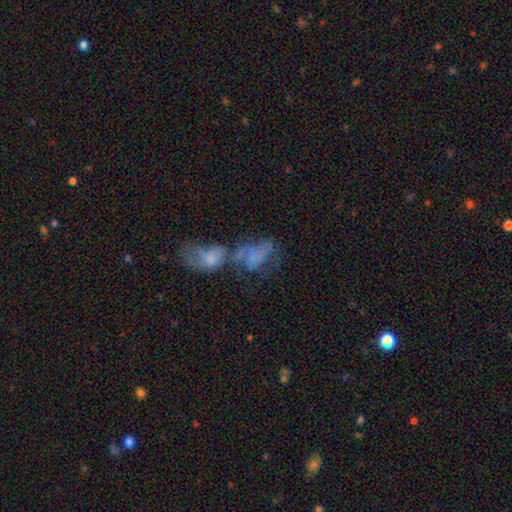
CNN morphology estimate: Smooth or featured?
  - smooth: 45% *
  - featured or disk: 41%
  - star or artifact: 14%
Merging?
  - merger: 59% *
  - major disturbance: 19%
  - none: 12%
  - minor disturbance: 9%